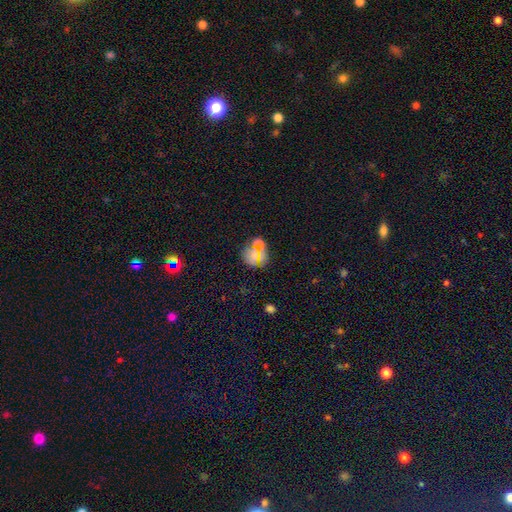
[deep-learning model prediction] Smooth or featured? Predicted: smooth (p=0.57). How rounded? Predicted: round (p=0.80). Merging? Predicted: none (p=0.64).